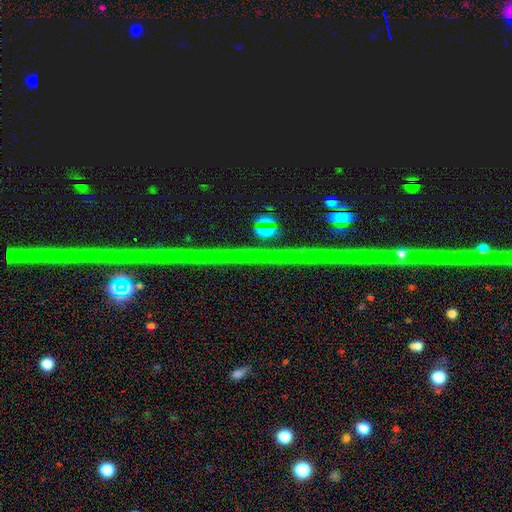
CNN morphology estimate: This is clearly a star or artifact rather than a galaxy (83%).